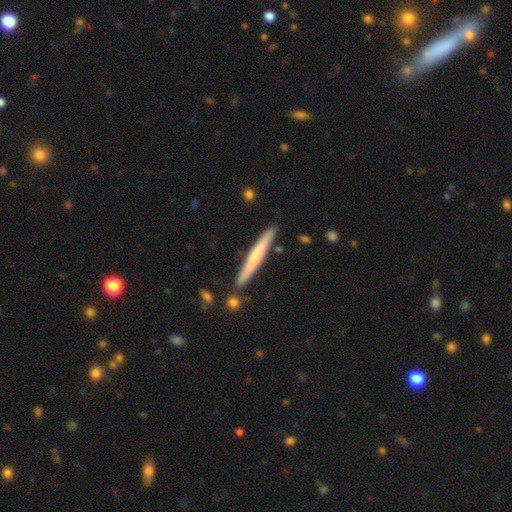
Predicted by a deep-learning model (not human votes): A smooth galaxy with no disk features (55%) that is cigar-shaped (96%).

Vote fractions:
- Smooth or featured? smooth: 55% / featured or disk: 40% / star or artifact: 5%
- How rounded? cigar-shaped: 96% / in between: 2% / round: 1%
- Merging? none: 86% / minor disturbance: 9% / merger: 4% / major disturbance: 2%